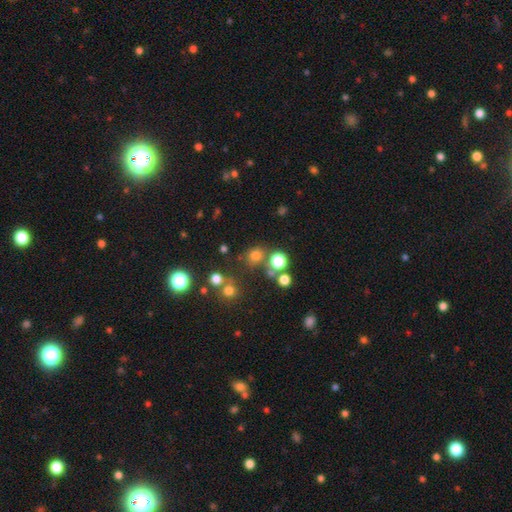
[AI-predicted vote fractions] A smooth galaxy with no disk features (71%) that is round (85%). Merging: none (72%).